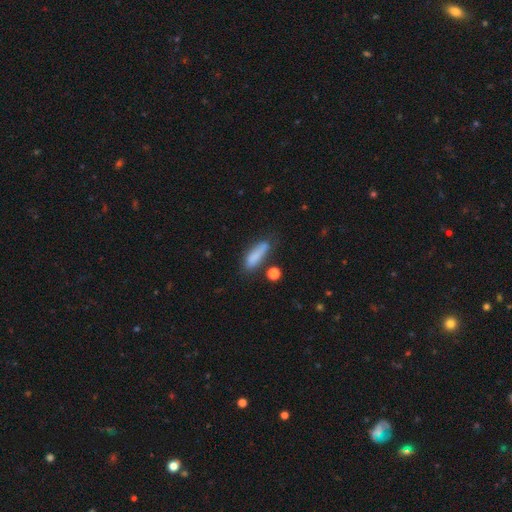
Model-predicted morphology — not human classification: Smooth or featured? Predicted: smooth (p=0.81). How rounded? Predicted: cigar-shaped (p=0.57). Merging? Predicted: none (p=0.63).